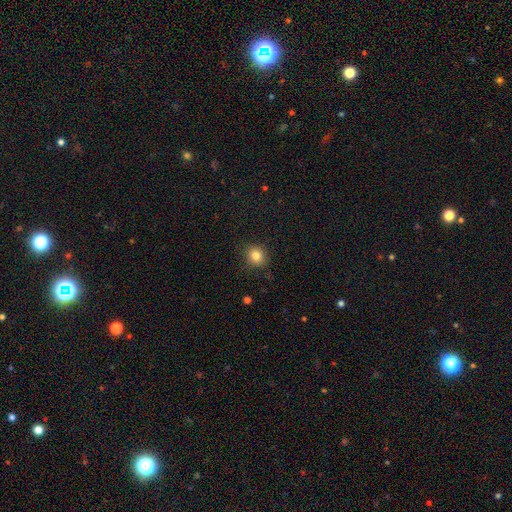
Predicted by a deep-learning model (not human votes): smooth 83%, star or artifact 11%, featured or disk 6%. Down the decision tree: how rounded — round (78%); merging — none (88%).